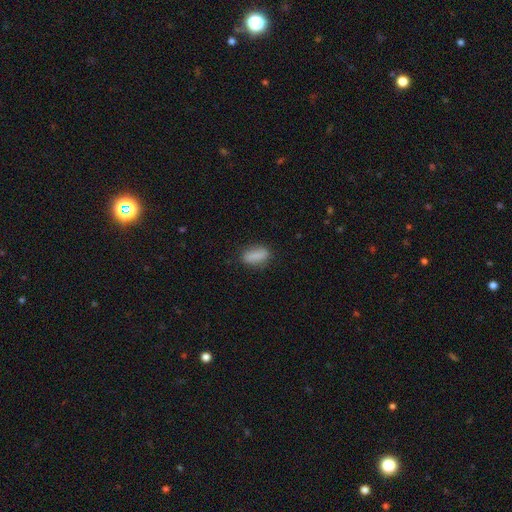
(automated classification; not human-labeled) Smooth or featured? Predicted: smooth (p=0.86). How rounded? Predicted: in between (p=0.80). Merging? Predicted: none (p=0.80).